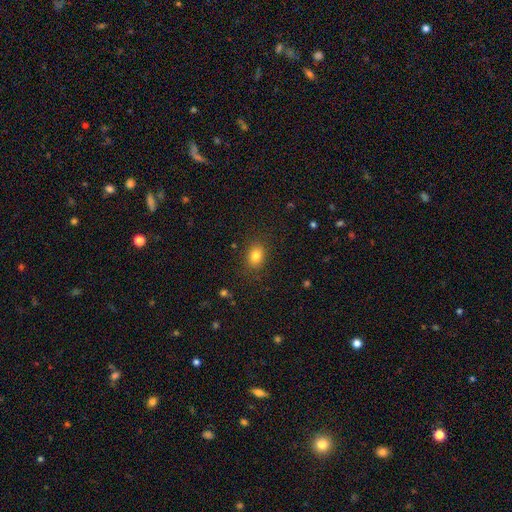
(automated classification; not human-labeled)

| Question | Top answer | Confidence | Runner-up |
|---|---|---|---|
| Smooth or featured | smooth | 82% | star or artifact (11%) |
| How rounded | in between | 65% | round (34%) |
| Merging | none | 86% | minor disturbance (10%) |